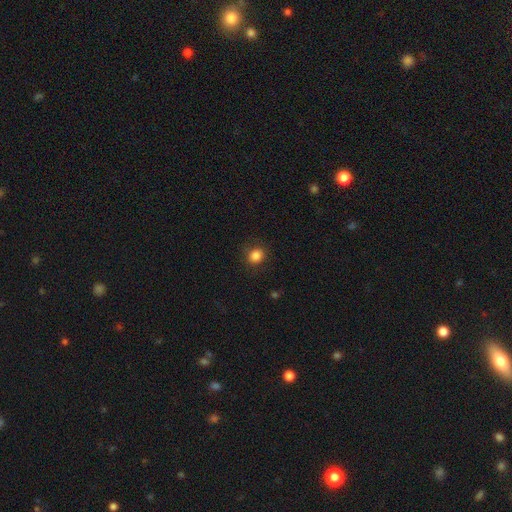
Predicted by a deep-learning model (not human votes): This appears to be a smooth galaxy with no disk features (84%) that is round (80%). Merging: none (85%).